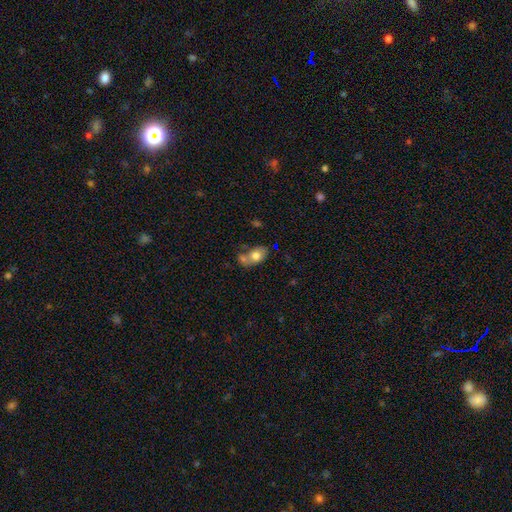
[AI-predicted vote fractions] Smooth or featured: smooth — 73% (featured or disk — 19%)
How rounded: in between — 79% (round — 19%)
Merging: none — 39% (merger — 37%)